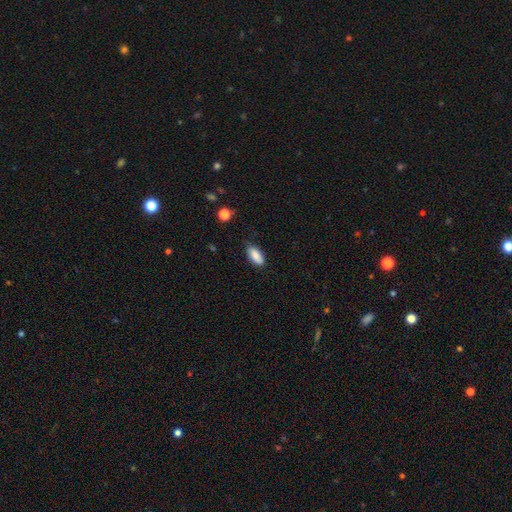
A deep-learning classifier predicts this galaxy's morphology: A smooth galaxy with no disk features (86%) that is in between round and cigar-shaped (87%).

Vote fractions:
- Smooth or featured? smooth: 86% / star or artifact: 7% / featured or disk: 7%
- How rounded? in between: 87% / cigar-shaped: 10% / round: 3%
- Merging? none: 77% / minor disturbance: 18% / major disturbance: 3% / merger: 2%